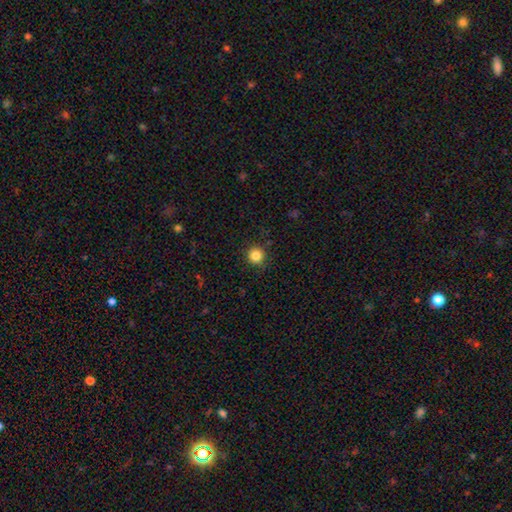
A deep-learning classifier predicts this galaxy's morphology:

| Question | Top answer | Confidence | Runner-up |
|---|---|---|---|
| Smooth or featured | smooth | 84% | star or artifact (11%) |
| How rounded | round | 95% | in between (4%) |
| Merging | none | 91% | minor disturbance (6%) |